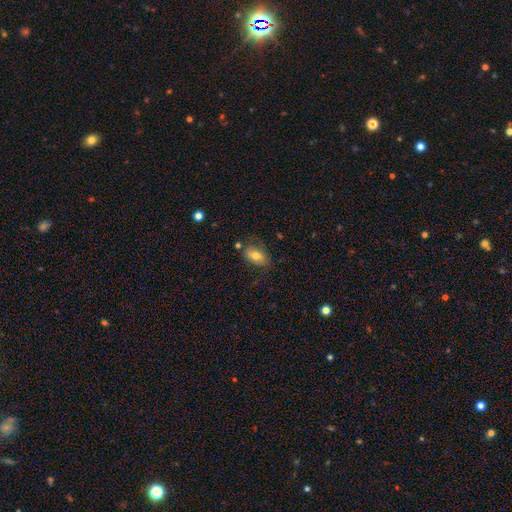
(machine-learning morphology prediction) The model was most divided on "merging": none: 70%, minor disturbance: 21%, major disturbance: 5%, merger: 4%. More confident: how rounded — in between (87%); smooth or featured — smooth (72%).